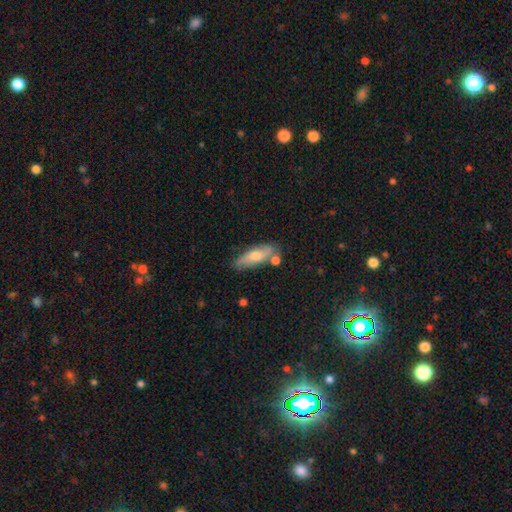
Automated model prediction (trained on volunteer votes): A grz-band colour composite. It shows a smooth galaxy with no disk features (60%) that is in between round and cigar-shaped (49%). Merging: none (70%).